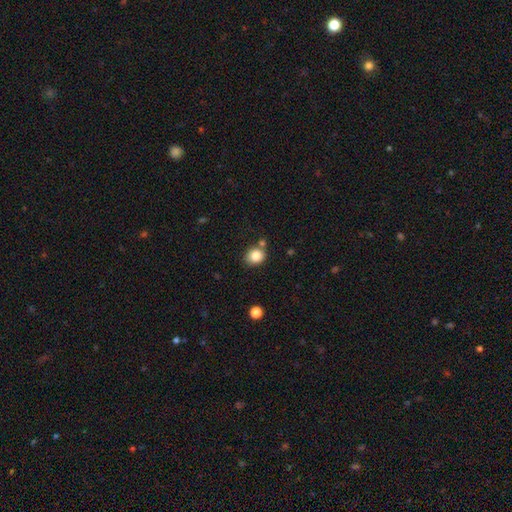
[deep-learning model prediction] Smooth or featured?
  - smooth: 84% *
  - star or artifact: 10%
  - featured or disk: 6%
How rounded?
  - round: 68% *
  - in between: 32%
  - cigar-shaped: 1%
Merging?
  - none: 70% *
  - minor disturbance: 14%
  - merger: 13%
  - major disturbance: 4%